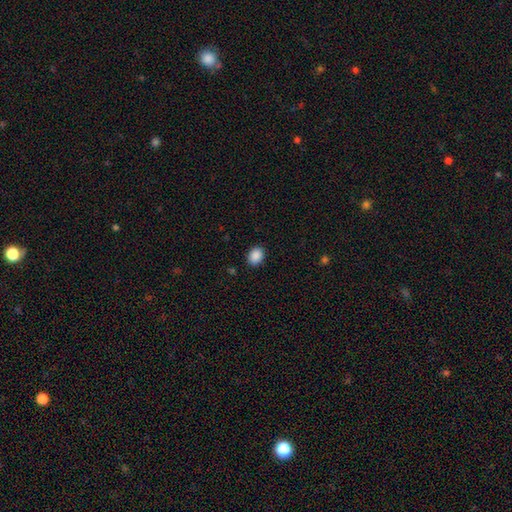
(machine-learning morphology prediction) Smooth or featured?
  - smooth: 89% *
  - star or artifact: 8%
  - featured or disk: 3%
How rounded?
  - in between: 58% *
  - round: 41%
  - cigar-shaped: 1%
Merging?
  - none: 89% *
  - minor disturbance: 8%
  - major disturbance: 2%
  - merger: 1%